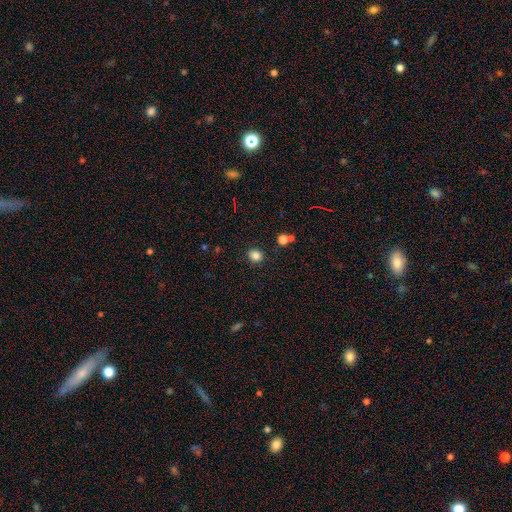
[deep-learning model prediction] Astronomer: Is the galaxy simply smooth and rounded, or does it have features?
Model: smooth — 83%.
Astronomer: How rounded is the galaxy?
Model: round — 78%.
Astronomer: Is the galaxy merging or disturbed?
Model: none — 87%.